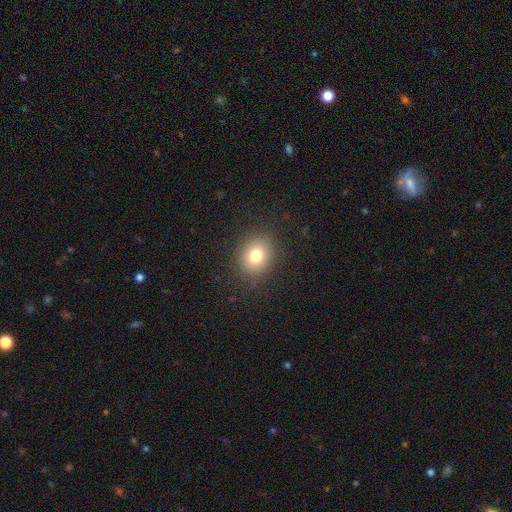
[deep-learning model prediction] Smooth or featured: smooth — 78% (star or artifact — 12%)
How rounded: round — 62% (in between — 37%)
Merging: none — 87% (minor disturbance — 8%)